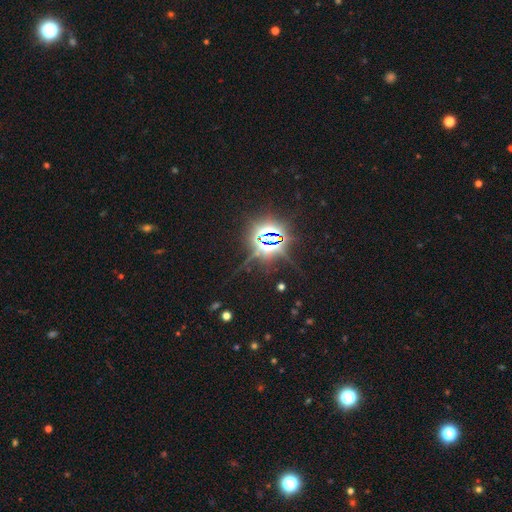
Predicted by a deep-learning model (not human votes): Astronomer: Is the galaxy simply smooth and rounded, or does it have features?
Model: star or artifact — 85%.